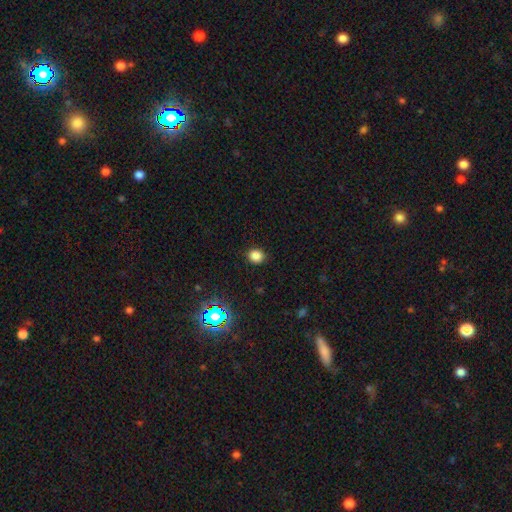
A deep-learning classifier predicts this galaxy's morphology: type=smooth (82%); roundness=round (80%); merging=none (89%).